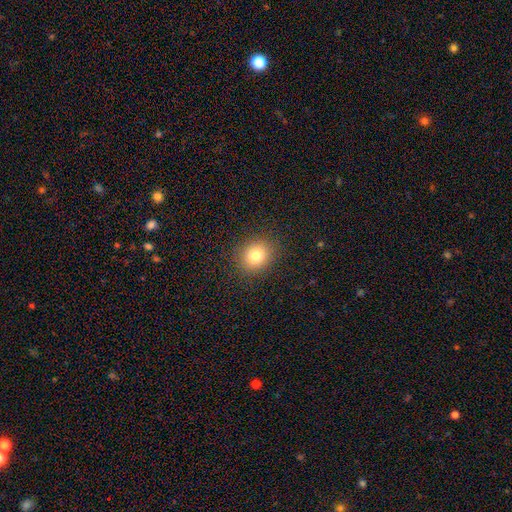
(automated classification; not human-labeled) smooth 79%, star or artifact 13%, featured or disk 9%. Down the decision tree: how rounded — round (72%); merging — none (89%).